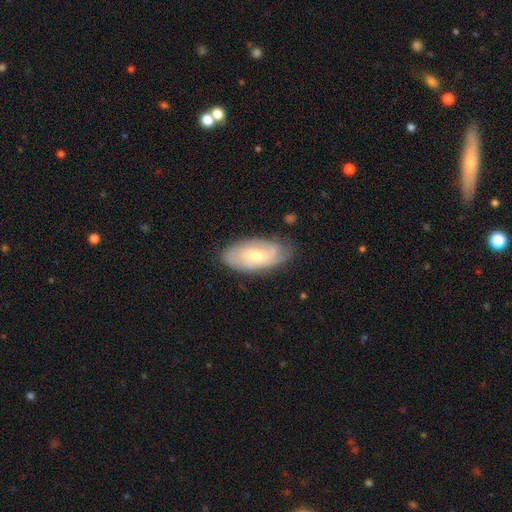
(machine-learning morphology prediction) Smooth or featured?
  - featured or disk: 56% *
  - smooth: 38%
  - star or artifact: 6%
Edge-on disk?
  - no: 90% *
  - yes: 10%
Bar?
  - no: 49% *
  - weak: 43%
  - strong: 9%
Spiral arms?
  - yes: 76% *
  - no: 24%
Bulge size?
  - moderate: 61% *
  - small: 31%
  - large: 6%
  - none: 2%
  - dominant: 1%
Merging?
  - none: 71% *
  - minor disturbance: 22%
  - major disturbance: 5%
  - merger: 2%